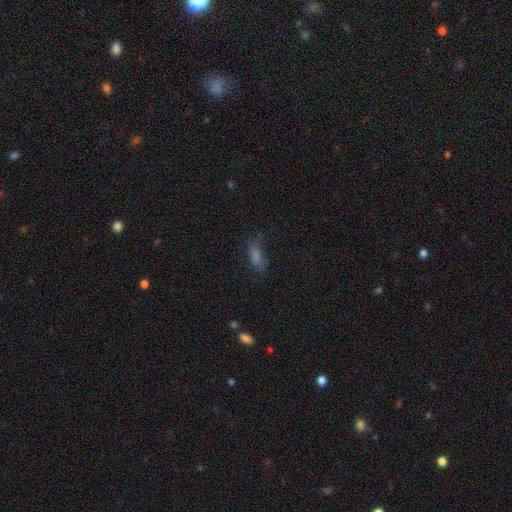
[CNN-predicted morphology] Smooth or featured: smooth — 59% (star or artifact — 23%)
How rounded: in between — 58% (cigar-shaped — 37%)
Merging: none — 65% (minor disturbance — 21%)